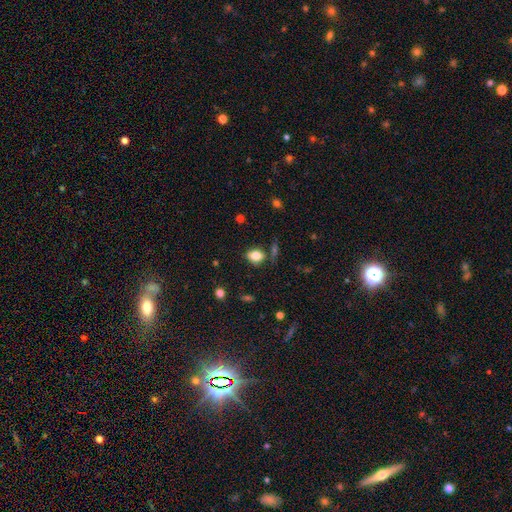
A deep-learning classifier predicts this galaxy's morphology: This is likely a smooth galaxy (78%). How rounded: likely in between (67%). Merging: likely none (72%).